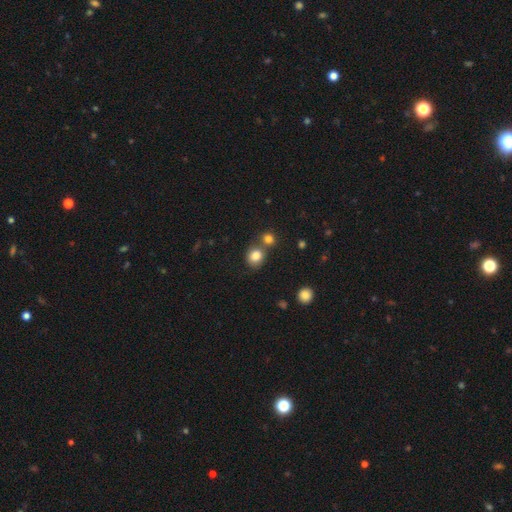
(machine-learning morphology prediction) smooth_or_featured: smooth (p=0.83) [alt: star or artifact p=0.11]
how_rounded: round (p=0.76) [alt: in between p=0.23]
merging: none (p=0.58) [alt: merger p=0.28]